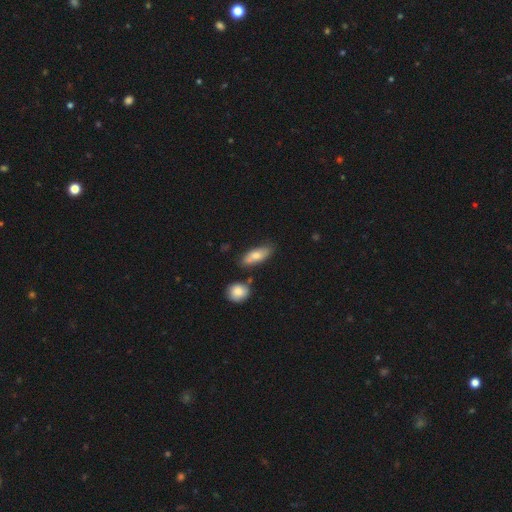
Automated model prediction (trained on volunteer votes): Smooth or featured?
  - smooth: 74% *
  - featured or disk: 19%
  - star or artifact: 7%
How rounded?
  - in between: 74% *
  - cigar-shaped: 22%
  - round: 4%
Merging?
  - none: 69% *
  - minor disturbance: 18%
  - merger: 9%
  - major disturbance: 4%